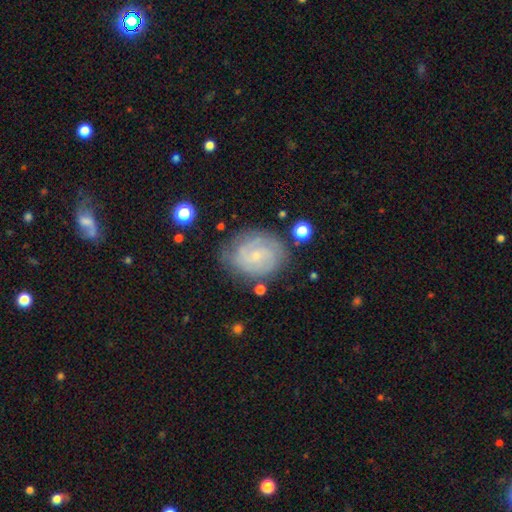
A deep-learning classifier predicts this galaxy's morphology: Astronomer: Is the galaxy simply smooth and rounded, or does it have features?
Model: featured or disk — 79%.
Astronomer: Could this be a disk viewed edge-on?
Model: no — 98%.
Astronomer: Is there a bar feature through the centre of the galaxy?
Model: no — 66%.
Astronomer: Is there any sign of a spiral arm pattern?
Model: yes — 94%.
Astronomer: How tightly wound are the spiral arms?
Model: tight — 68%.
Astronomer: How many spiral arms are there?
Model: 2 — 39% (runner-up: can't tell, 27%).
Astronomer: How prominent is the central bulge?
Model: small — 81%.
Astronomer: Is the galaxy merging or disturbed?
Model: none — 75%.